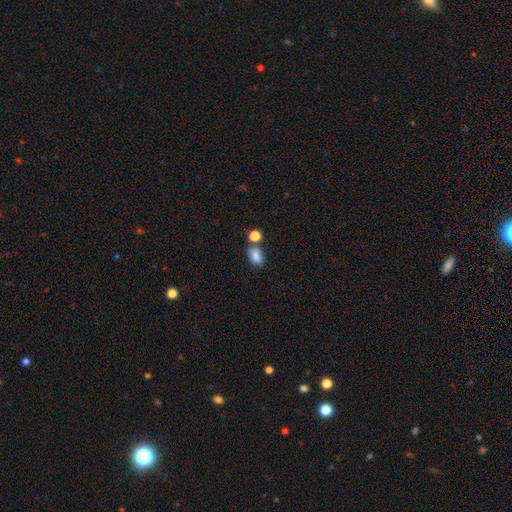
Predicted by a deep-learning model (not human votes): A smooth galaxy with no disk features (85%) that is in between round and cigar-shaped (85%). Merging: none (66%).